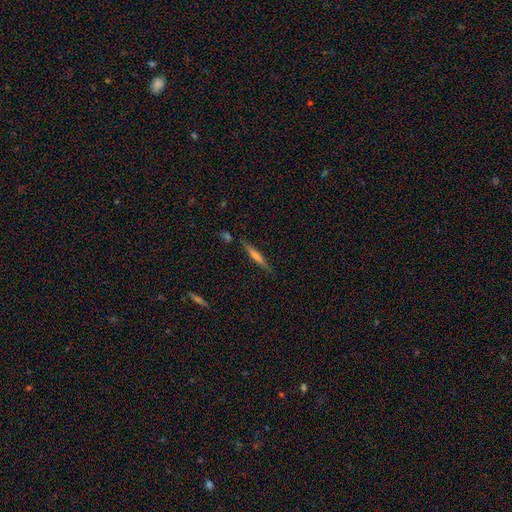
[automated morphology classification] Smooth or featured?
  - featured or disk: 65% *
  - smooth: 28%
  - star or artifact: 8%
Edge-on disk?
  - yes: 97% *
  - no: 3%
Edge-on bulge?
  - rounded: 62% *
  - none: 24%
  - boxy: 14%
Merging?
  - none: 87% *
  - minor disturbance: 8%
  - merger: 3%
  - major disturbance: 2%